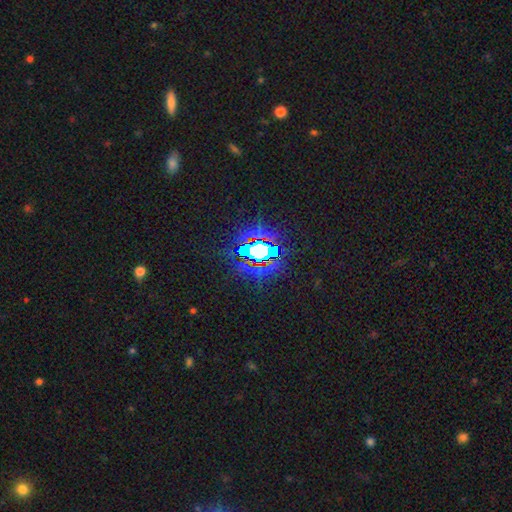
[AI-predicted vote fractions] Smooth or featured? Predicted: star or artifact (p=0.70).